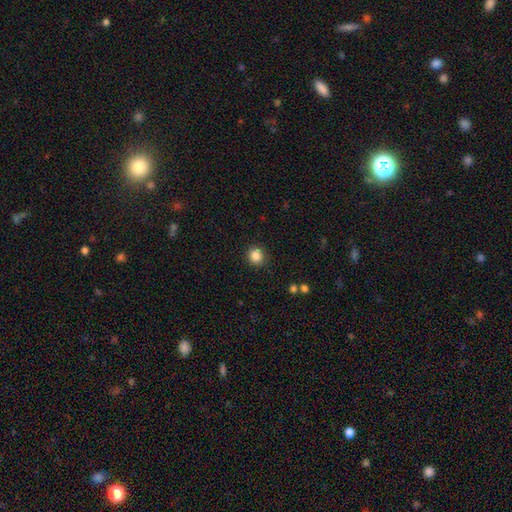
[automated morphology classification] Smooth or featured?
  - smooth: 85% *
  - star or artifact: 11%
  - featured or disk: 4%
How rounded?
  - round: 91% *
  - in between: 8%
  - cigar-shaped: 1%
Merging?
  - none: 90% *
  - minor disturbance: 7%
  - major disturbance: 2%
  - merger: 1%